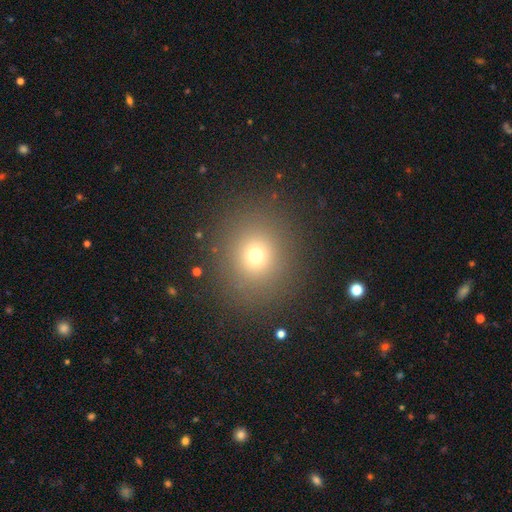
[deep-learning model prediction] Overall: smooth (70%). How rounded: round (83%). Merging: none (88%).